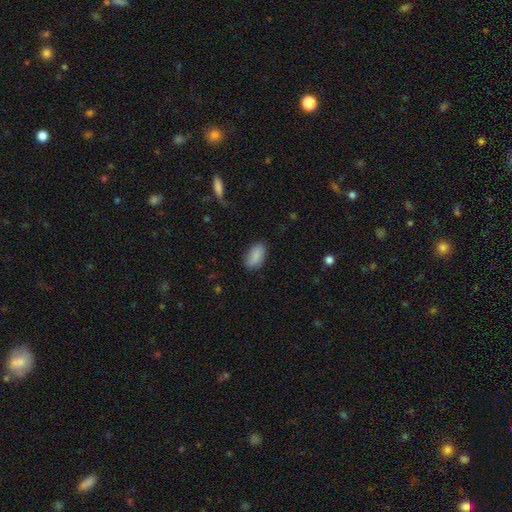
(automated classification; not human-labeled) smooth_or_featured: smooth (p=0.82) [alt: featured or disk p=0.10]
how_rounded: in between (p=0.92) [alt: round p=0.05]
merging: none (p=0.78) [alt: minor disturbance p=0.17]